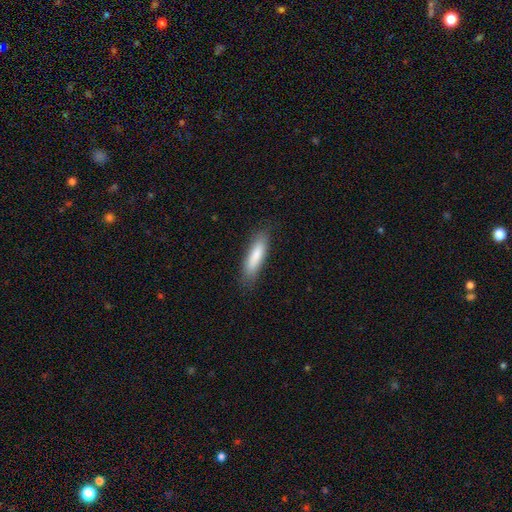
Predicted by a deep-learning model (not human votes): smooth 83%, featured or disk 11%, star or artifact 6%. Down the decision tree: how rounded — cigar-shaped (65%); merging — none (82%).